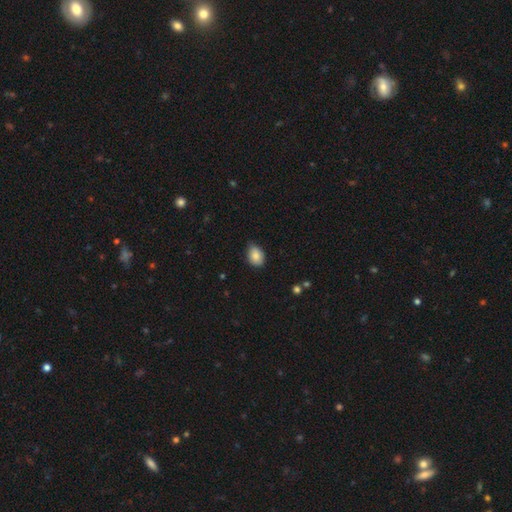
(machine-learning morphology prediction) type=smooth (85%); roundness=in between (78%); merging=none (67%).